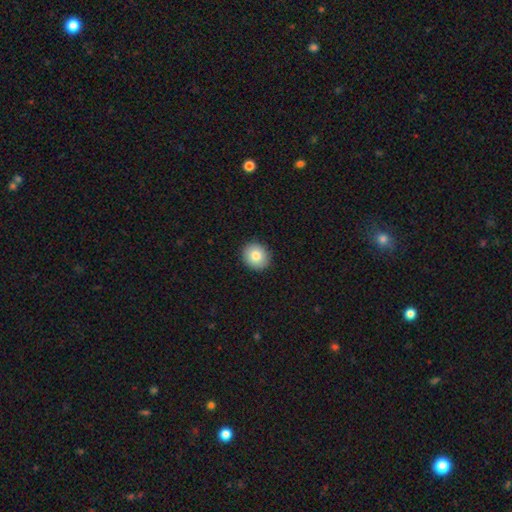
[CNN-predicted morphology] This appears to be a smooth galaxy with no disk features (82%) that is round (78%). Merging: none (92%).